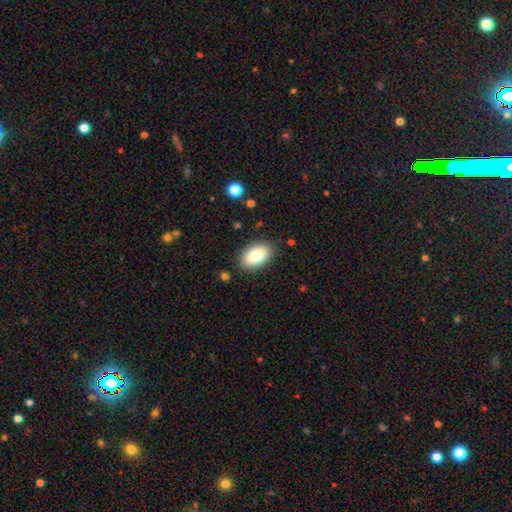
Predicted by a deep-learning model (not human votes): Smooth or featured? Predicted: smooth (p=0.82). How rounded? Predicted: in between (p=0.92). Merging? Predicted: none (p=0.86).